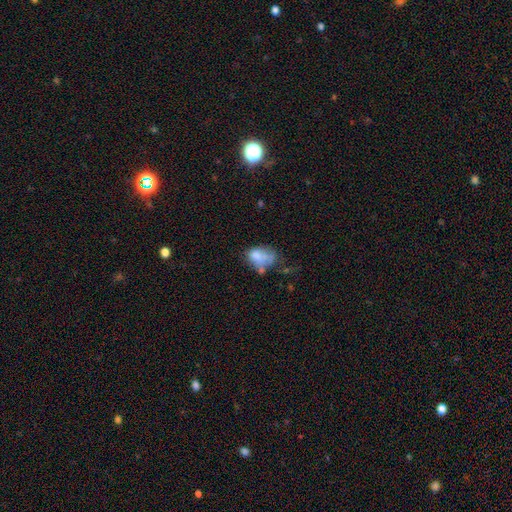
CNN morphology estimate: smooth_or_featured: smooth (p=0.62) [alt: featured or disk p=0.25]
how_rounded: in between (p=0.80) [alt: round p=0.18]
merging: none (p=0.29) [alt: minor disturbance p=0.27]